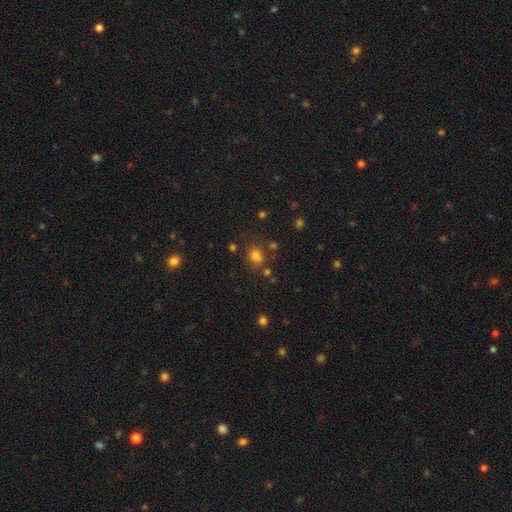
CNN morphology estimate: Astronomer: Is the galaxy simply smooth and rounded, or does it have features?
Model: smooth — 71%.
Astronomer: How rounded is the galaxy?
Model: round — 63%.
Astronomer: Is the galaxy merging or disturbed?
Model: none — 64%.